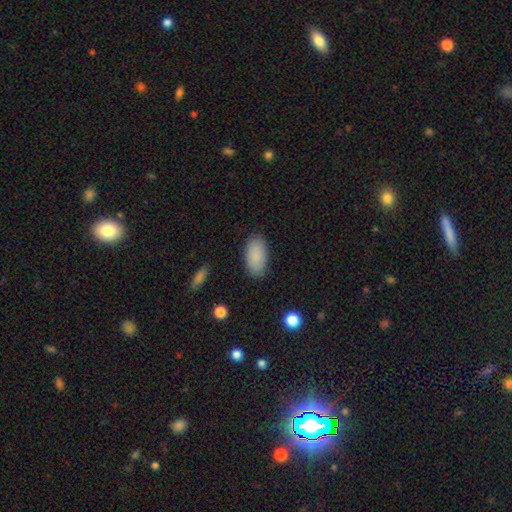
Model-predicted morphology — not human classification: Q: Smooth or featured?
A: smooth (89%); runner-up: star or artifact (7%)
Q: How rounded?
A: in between (94%); runner-up: cigar-shaped (3%)
Q: Merging?
A: none (87%); runner-up: minor disturbance (10%)